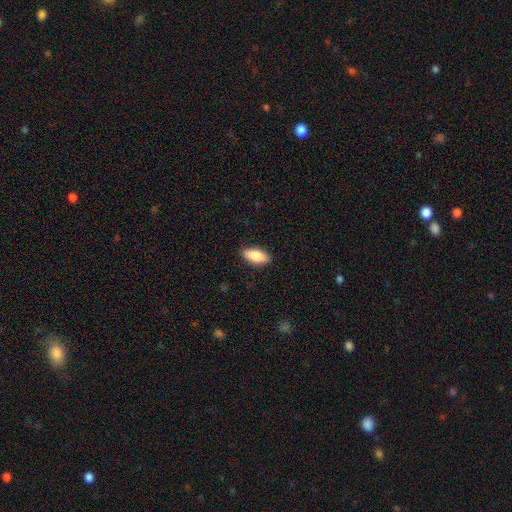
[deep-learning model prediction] smooth_or_featured: smooth (p=0.86) [alt: featured or disk p=0.08]
how_rounded: in between (p=0.89) [alt: cigar-shaped p=0.08]
merging: none (p=0.89) [alt: minor disturbance p=0.09]